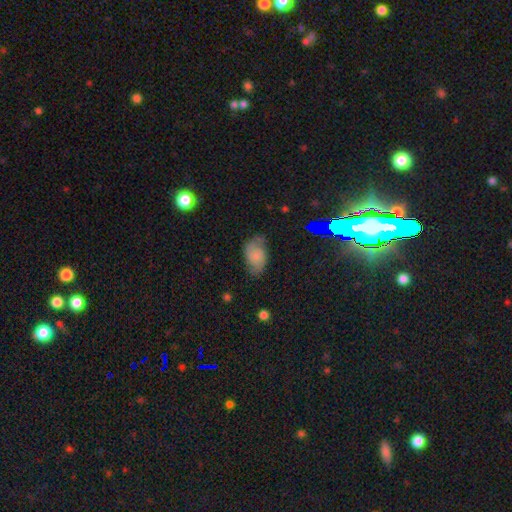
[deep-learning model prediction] Morphology: type=featured or disk (55%); edge-on=no (97%); bar=no (69%); spiral arms=yes (90%); bulge=none (48%); merging=none (67%).